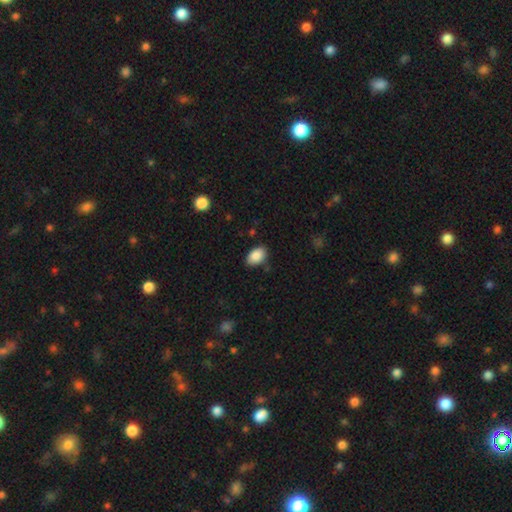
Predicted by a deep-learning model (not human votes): smooth 87%, star or artifact 7%, featured or disk 6%. Down the decision tree: how rounded — in between (90%); merging — none (83%).